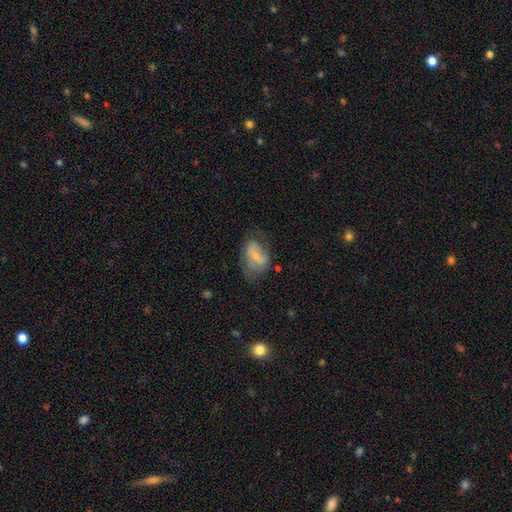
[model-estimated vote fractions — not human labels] smooth-or-featured: featured or disk: 48% | smooth: 44% | star or artifact: 8%
  merging: none: 46% | minor disturbance: 29% | major disturbance: 22% | merger: 3%